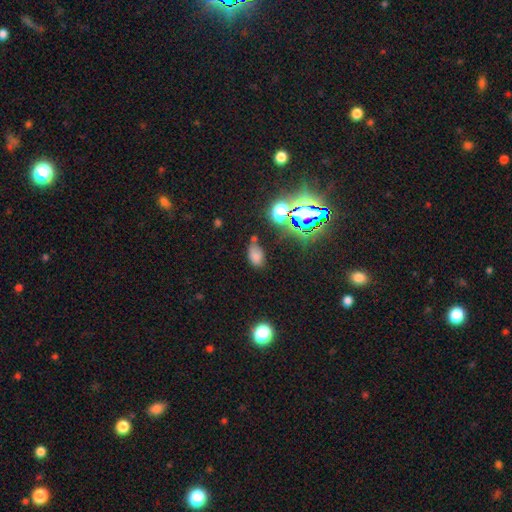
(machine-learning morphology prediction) Smooth or featured: smooth — 67% (star or artifact — 23%)
How rounded: in between — 87% (round — 11%)
Merging: none — 56% (minor disturbance — 26%)